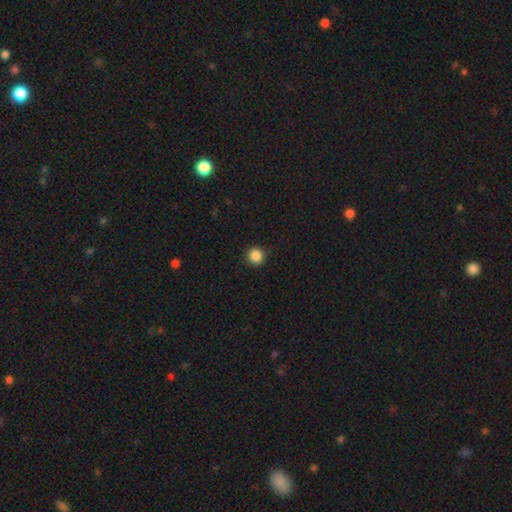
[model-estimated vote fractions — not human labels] Smooth or featured? smooth (87%)
How rounded? round (95%)
Merging? none (92%)